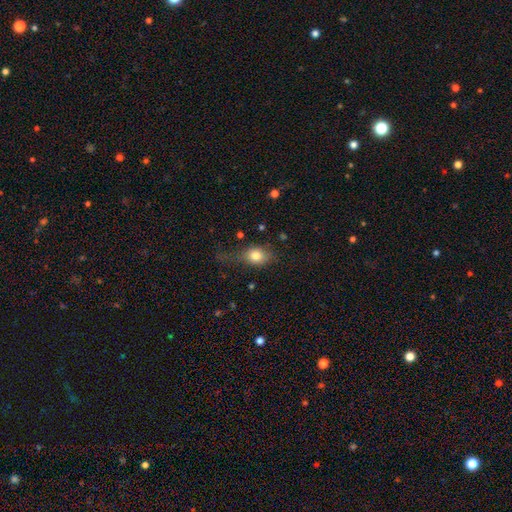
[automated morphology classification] This is likely a smooth galaxy (79%). How rounded: likely in between (61%). Merging: marginally none (45%).